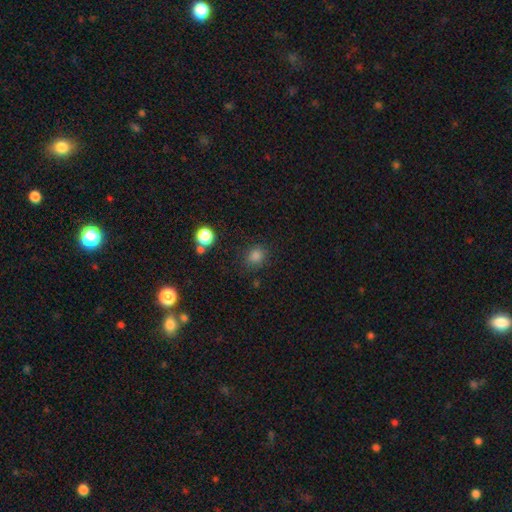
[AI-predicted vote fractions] Morphology: type=smooth (81%); roundness=round (78%); merging=none (84%).